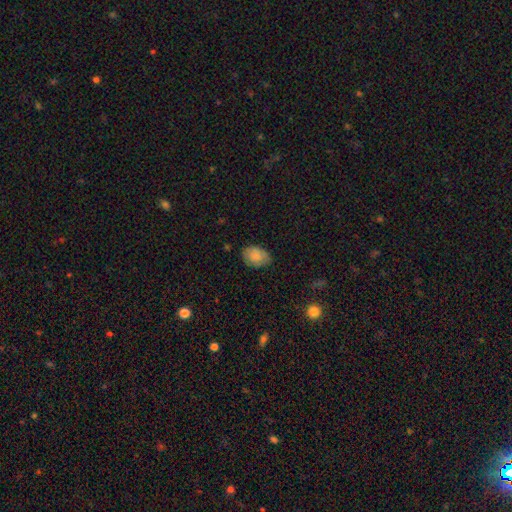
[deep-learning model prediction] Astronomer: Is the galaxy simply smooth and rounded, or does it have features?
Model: smooth — 84%.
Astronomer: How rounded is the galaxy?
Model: in between — 81%.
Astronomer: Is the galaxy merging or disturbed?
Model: none — 78%.